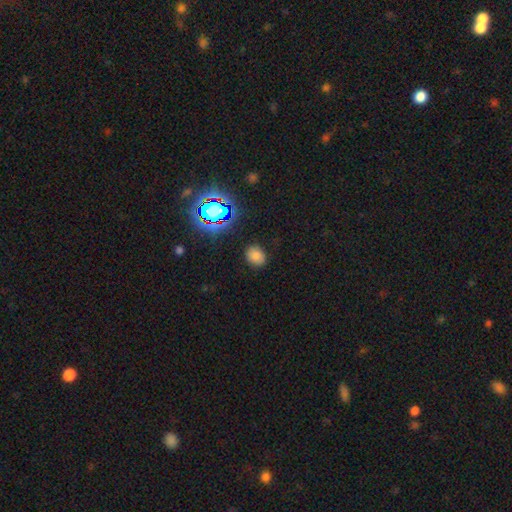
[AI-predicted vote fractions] The model was most divided on "how rounded": round: 52%, in between: 47%, cigar-shaped: 1%. More confident: merging — none (84%); smooth or featured — smooth (74%).